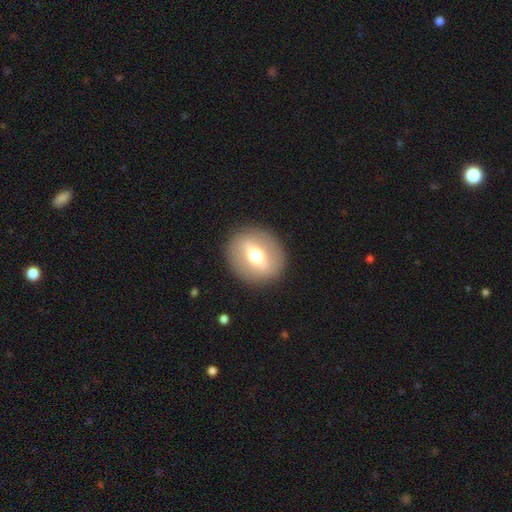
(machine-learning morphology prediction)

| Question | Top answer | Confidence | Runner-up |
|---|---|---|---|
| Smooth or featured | featured or disk | 46% | smooth (45%) |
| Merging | none | 90% | minor disturbance (6%) |